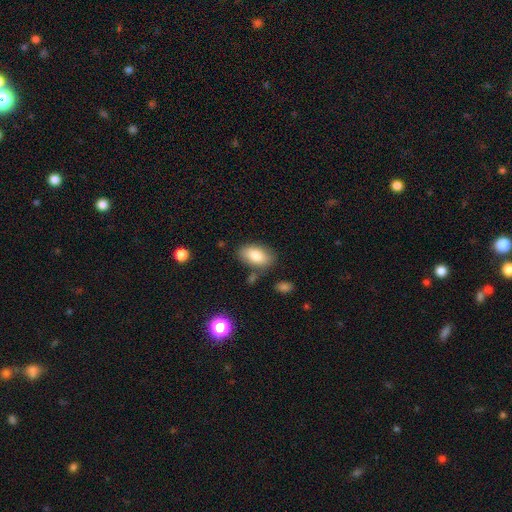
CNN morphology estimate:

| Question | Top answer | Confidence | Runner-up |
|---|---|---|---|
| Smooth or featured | smooth | 84% | featured or disk (9%) |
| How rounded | in between | 93% | round (5%) |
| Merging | none | 75% | minor disturbance (15%) |